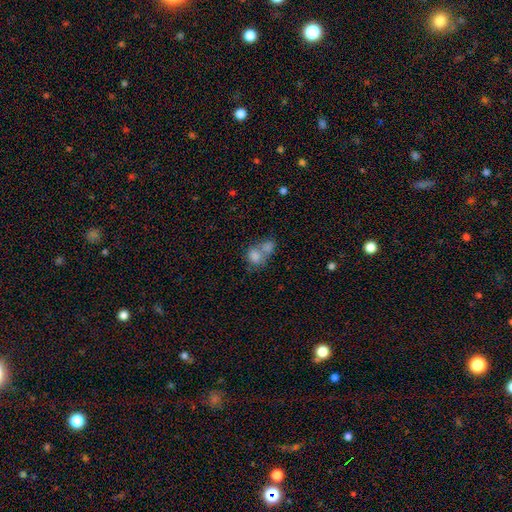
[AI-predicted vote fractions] smooth-or-featured: smooth: 77% | featured or disk: 13% | star or artifact: 9%
  how-rounded: round: 54% | in between: 45% | cigar-shaped: 1%
  merging: merger: 65% | none: 22% | minor disturbance: 8% | major disturbance: 5%